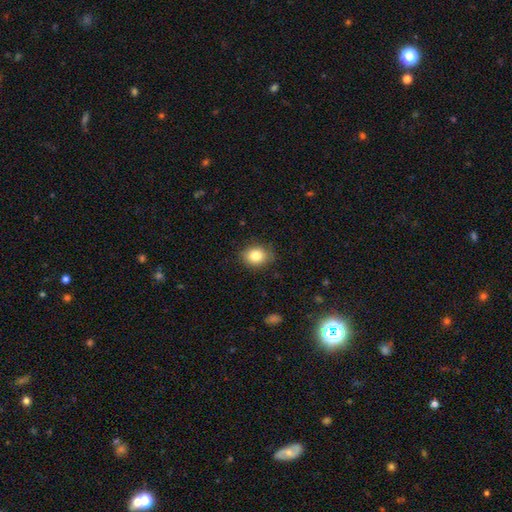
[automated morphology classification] Smooth or featured? Predicted: smooth (p=0.83). How rounded? Predicted: in between (p=0.50). Merging? Predicted: none (p=0.83).